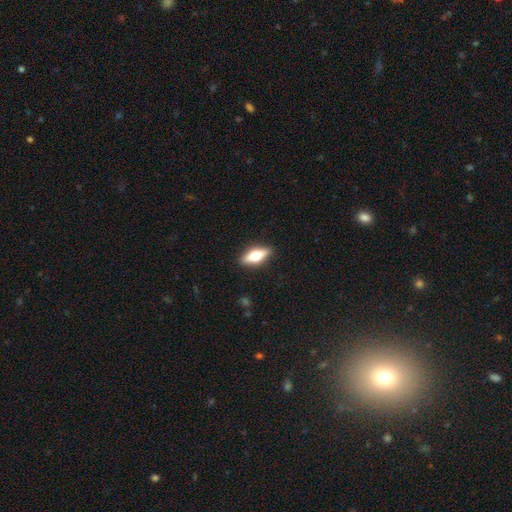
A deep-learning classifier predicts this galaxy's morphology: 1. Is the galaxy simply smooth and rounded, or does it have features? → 52% smooth, 42% featured or disk, 7% star or artifact.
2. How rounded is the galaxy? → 62% in between, 34% cigar-shaped, 4% round.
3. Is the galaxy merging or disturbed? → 89% none, 8% minor disturbance, 2% major disturbance, 1% merger.